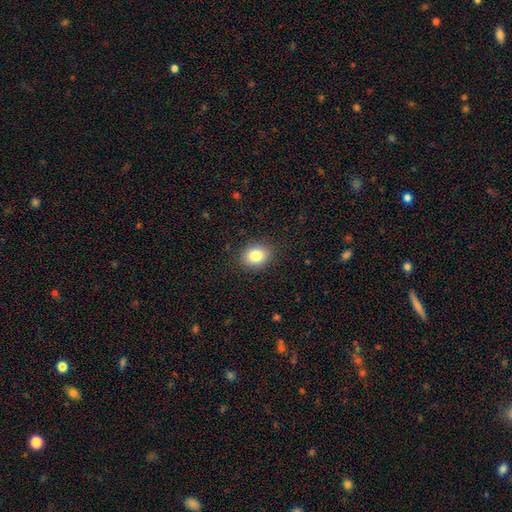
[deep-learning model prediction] Q: Smooth or featured?
A: smooth (83%); runner-up: star or artifact (10%)
Q: How rounded?
A: round (56%); runner-up: in between (44%)
Q: Merging?
A: none (88%); runner-up: minor disturbance (9%)